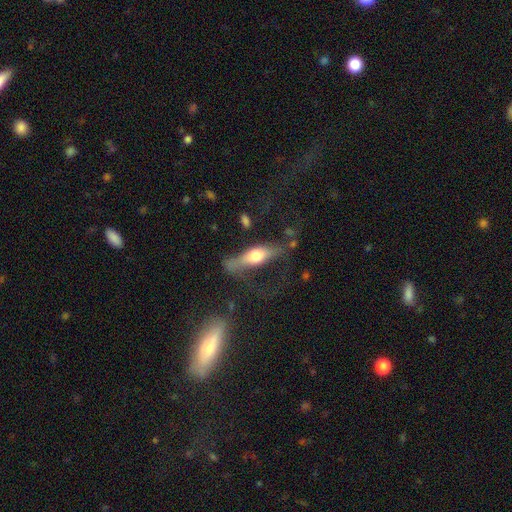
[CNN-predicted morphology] smooth-or-featured: smooth: 50% | featured or disk: 43% | star or artifact: 7%
  merging: none: 40% | major disturbance: 30% | minor disturbance: 24% | merger: 6%